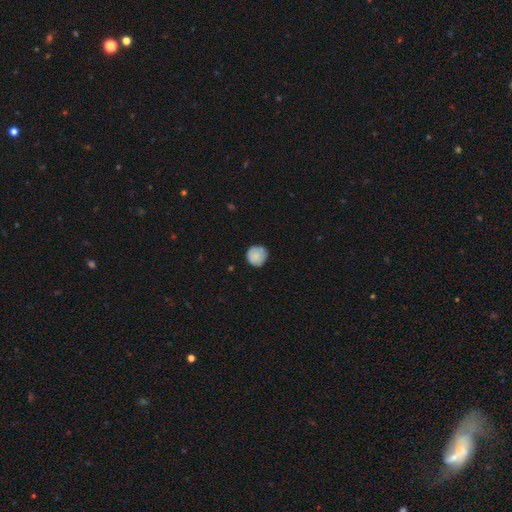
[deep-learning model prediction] This appears to be a smooth galaxy with no disk features (83%) that is round (92%). Merging: none (79%).